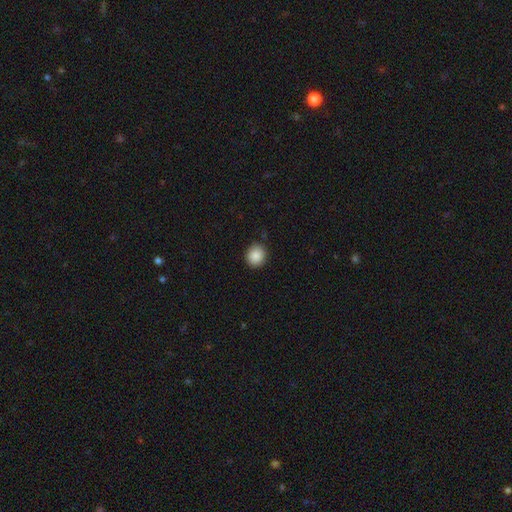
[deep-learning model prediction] Smooth or featured?
  - smooth: 88% *
  - star or artifact: 8%
  - featured or disk: 3%
How rounded?
  - round: 78% *
  - in between: 21%
  - cigar-shaped: 1%
Merging?
  - none: 88% *
  - minor disturbance: 9%
  - major disturbance: 2%
  - merger: 1%